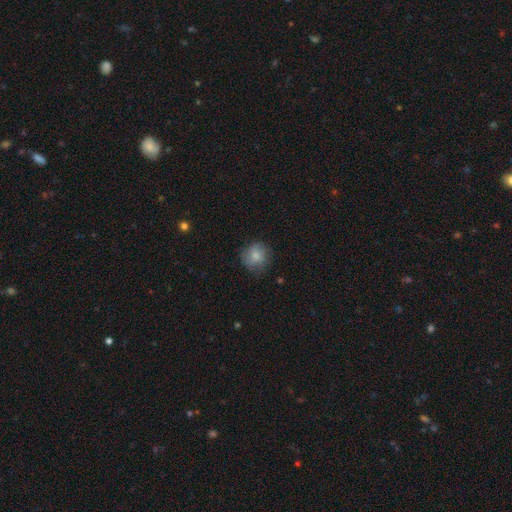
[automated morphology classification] A smooth galaxy with no disk features (78%) that is round (88%). Merging: none (73%).